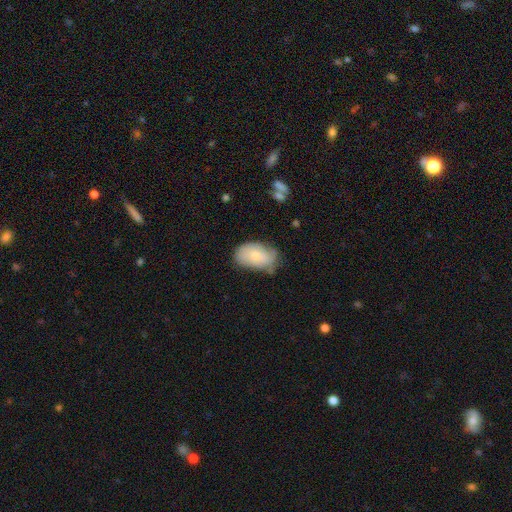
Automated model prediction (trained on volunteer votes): The model was most divided on "merging": none: 63%, minor disturbance: 28%, major disturbance: 6%, merger: 3%. More confident: how rounded — in between (92%); smooth or featured — smooth (66%).